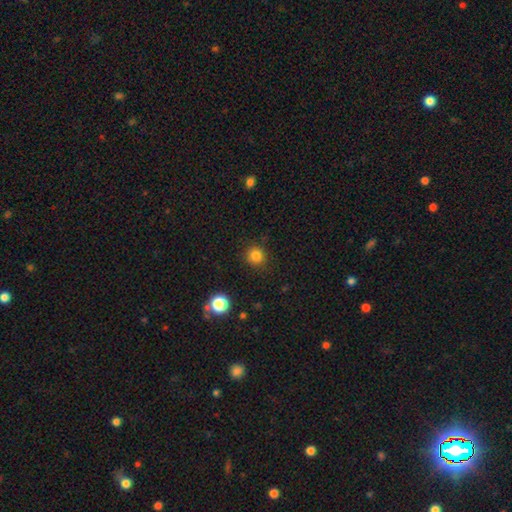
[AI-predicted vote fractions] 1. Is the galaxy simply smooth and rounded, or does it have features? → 83% smooth, 13% star or artifact, 4% featured or disk.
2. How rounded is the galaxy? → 92% round, 7% in between, 1% cigar-shaped.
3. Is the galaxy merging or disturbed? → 89% none, 7% minor disturbance, 2% major disturbance, 1% merger.